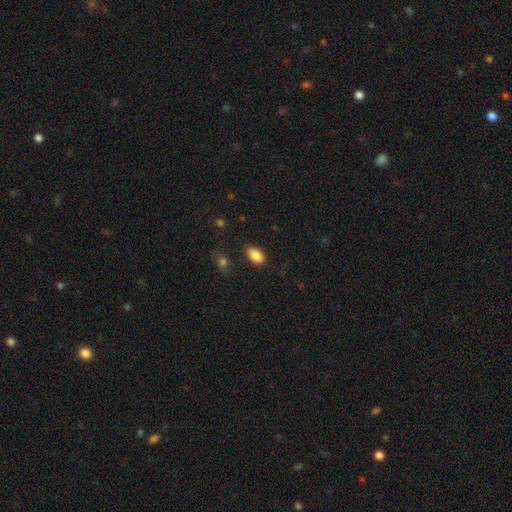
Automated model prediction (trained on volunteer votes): smooth-or-featured: smooth: 86% | star or artifact: 8% | featured or disk: 6%
  how-rounded: in between: 90% | round: 8% | cigar-shaped: 2%
  merging: none: 83% | minor disturbance: 12% | major disturbance: 3% | merger: 2%